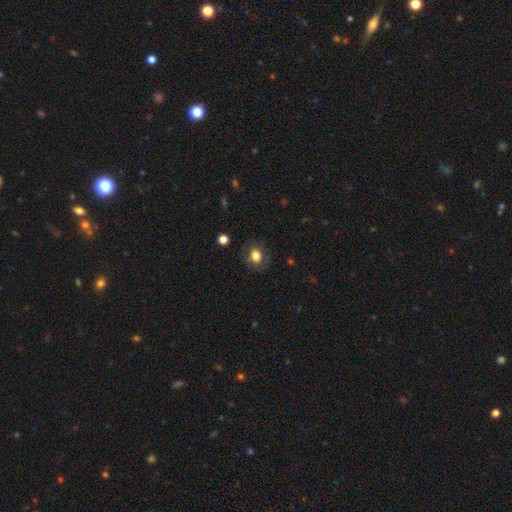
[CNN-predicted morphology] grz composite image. It shows a smooth galaxy with no disk features (78%) that is round (60%). Merging: none (80%).